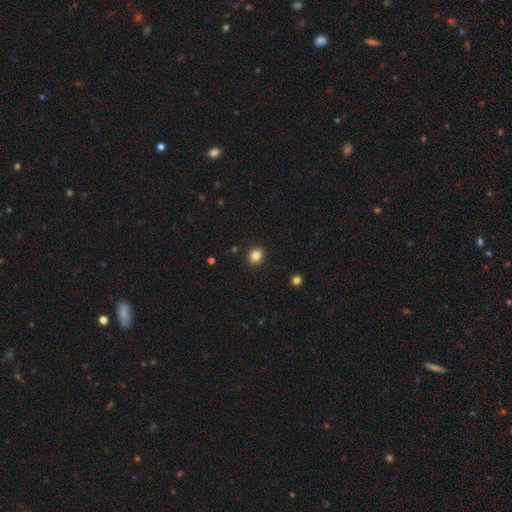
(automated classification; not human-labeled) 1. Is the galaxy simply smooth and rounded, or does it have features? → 84% smooth, 11% star or artifact, 5% featured or disk.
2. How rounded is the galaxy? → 61% round, 38% in between, 1% cigar-shaped.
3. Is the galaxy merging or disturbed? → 91% none, 6% minor disturbance, 2% major disturbance, 1% merger.